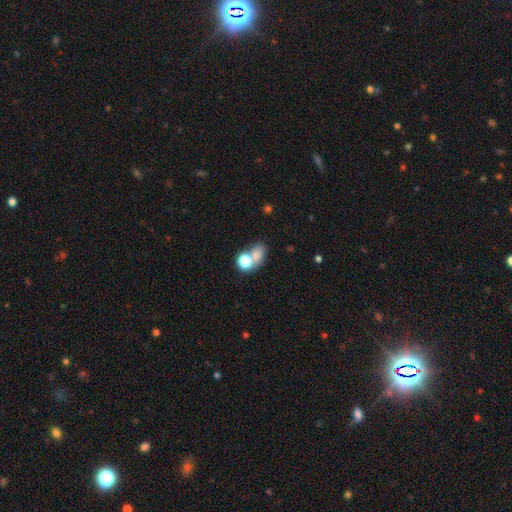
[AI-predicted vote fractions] This is likely a smooth galaxy (72%). How rounded: possibly in between (59%). Merging: possibly merger (46%).